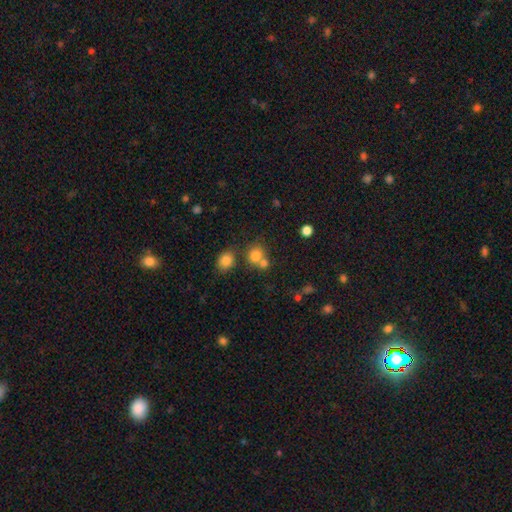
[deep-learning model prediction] This appears to be a smooth galaxy with no disk features (78%) that is round (79%). Merging: none (53%).